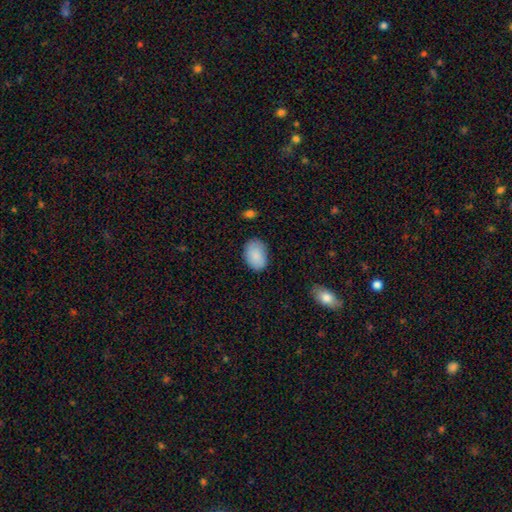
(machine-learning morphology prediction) A smooth galaxy with no disk features (88%) that is in between round and cigar-shaped (83%). Merging: none (80%).